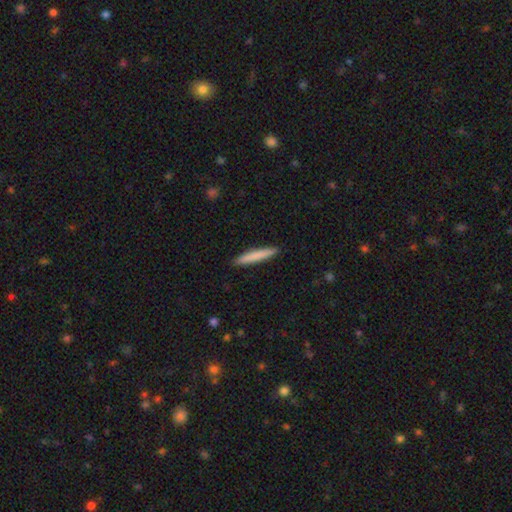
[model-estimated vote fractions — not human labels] Morphology: type=smooth (79%); roundness=cigar-shaped (95%); merging=none (92%).